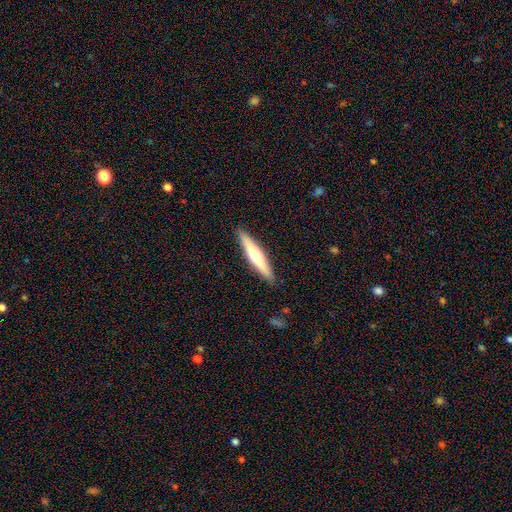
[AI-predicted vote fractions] A smooth galaxy with no disk features (48%). Merging: none (91%).